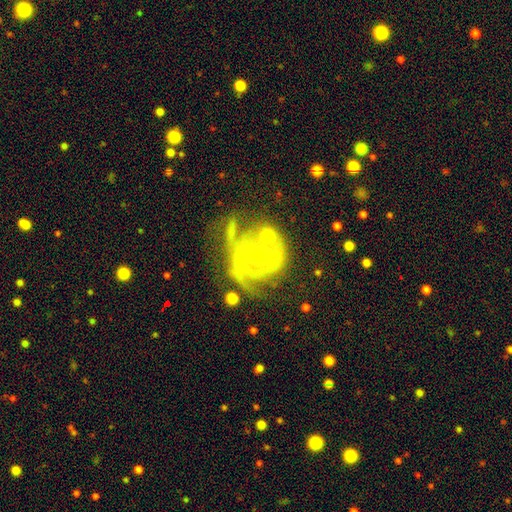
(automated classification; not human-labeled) The model was most divided on "spiral arm count": 2: 35%, can't tell: 32%, 3: 13%, 1: 11%, 4: 5%, more than 4: 4%. Remaining: edge-on disk — no (97%); spiral arms — yes (82%); smooth or featured — featured or disk (79%); bar — no (69%); spiral winding — tight (59%); bulge size — moderate (52%); merging — none (47%).